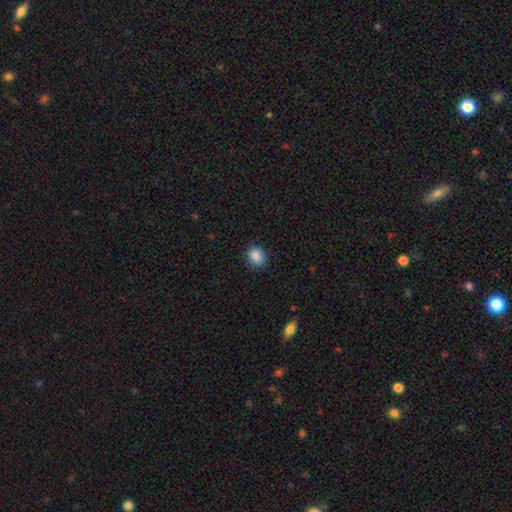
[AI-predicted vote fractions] A smooth galaxy with no disk features (88%) that is round (63%).

Vote fractions:
- Smooth or featured? smooth: 88% / star or artifact: 9% / featured or disk: 3%
- How rounded? round: 63% / in between: 36% / cigar-shaped: 1%
- Merging? none: 87% / minor disturbance: 10% / major disturbance: 2% / merger: 1%